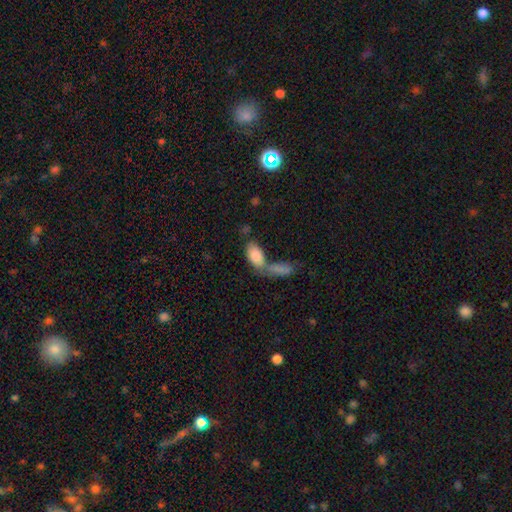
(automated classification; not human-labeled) Smooth or featured: smooth — 83% (featured or disk — 10%)
How rounded: in between — 92% (cigar-shaped — 5%)
Merging: merger — 52% (none — 31%)